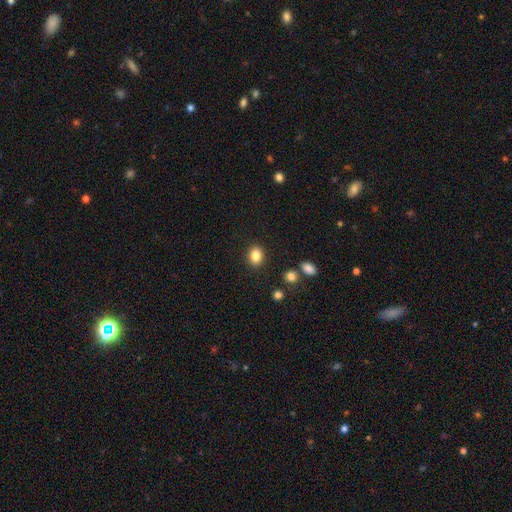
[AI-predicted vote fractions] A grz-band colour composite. It shows a smooth galaxy with no disk features (85%) that is round (51%). Merging: none (89%).